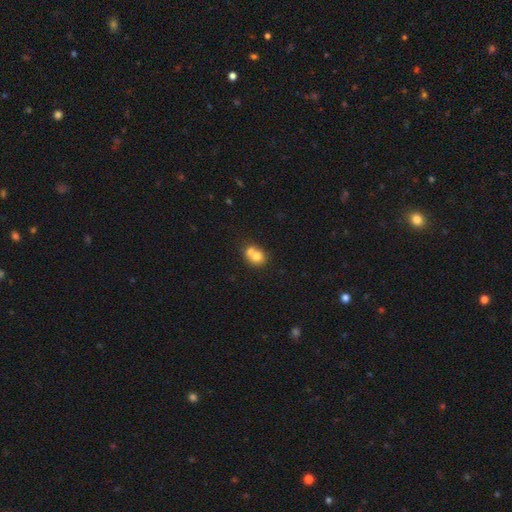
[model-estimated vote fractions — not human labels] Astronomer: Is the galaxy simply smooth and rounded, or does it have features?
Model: smooth — 71%.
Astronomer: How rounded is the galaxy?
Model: round — 71%.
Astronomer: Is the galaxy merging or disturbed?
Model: merger — 57%.